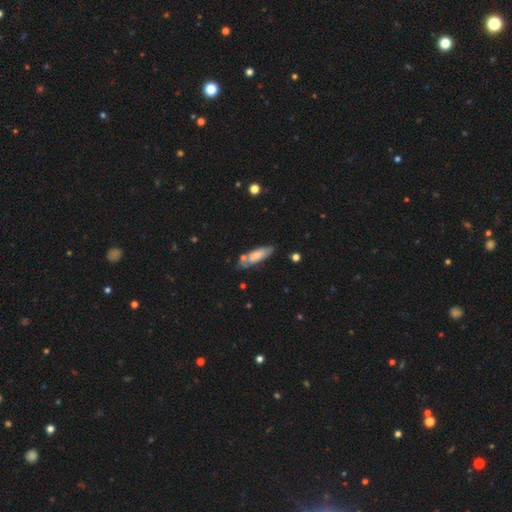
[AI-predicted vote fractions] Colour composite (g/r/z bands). It shows a smooth galaxy with no disk features (65%) that is in between round and cigar-shaped (50%). Merging: none (57%).